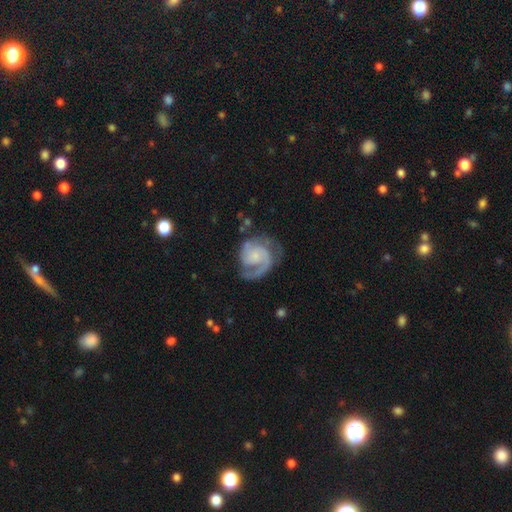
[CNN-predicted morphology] featured or disk 86%, smooth 9%, star or artifact 5%. Down the decision tree: edge-on disk — no (98%); bar — no (67%); spiral arms — yes (97%); spiral arm count — 2 (61%); spiral winding — medium (44%); bulge size — small (58%); merging — none (64%).